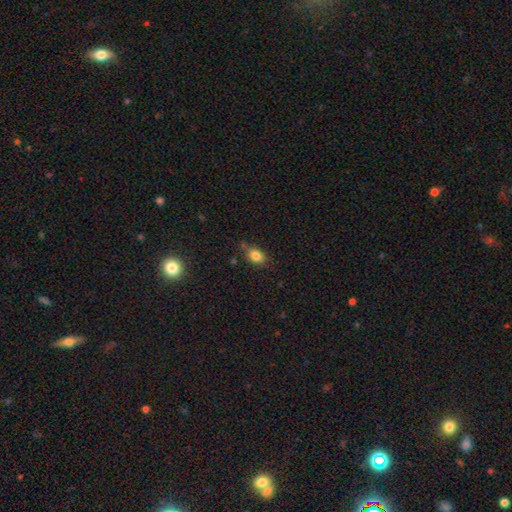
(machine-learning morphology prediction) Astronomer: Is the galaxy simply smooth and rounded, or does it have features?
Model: smooth — 82%.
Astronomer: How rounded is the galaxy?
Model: in between — 78%.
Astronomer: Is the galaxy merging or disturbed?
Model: none — 78%.